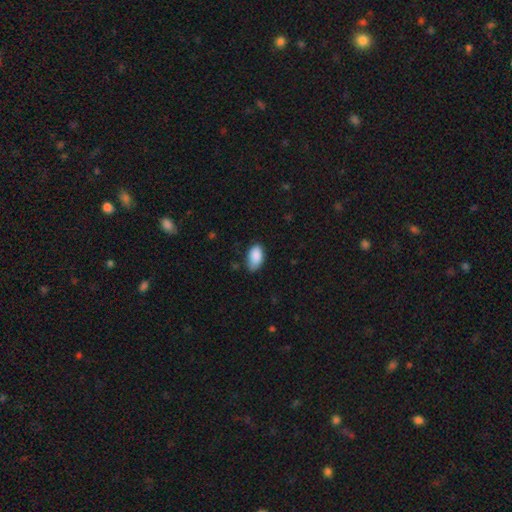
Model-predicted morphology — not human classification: smooth 88%, star or artifact 7%, featured or disk 5%. Down the decision tree: how rounded — in between (94%); merging — none (64%).